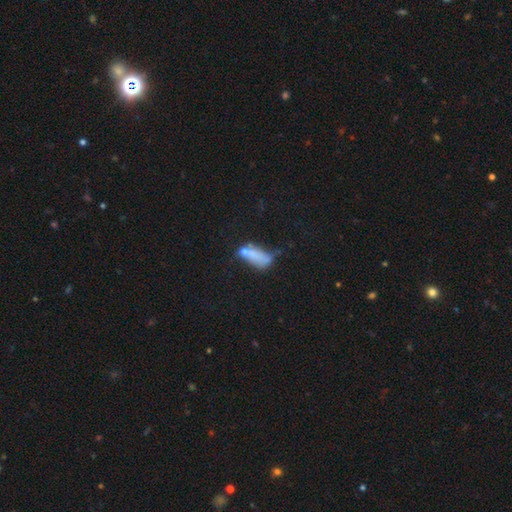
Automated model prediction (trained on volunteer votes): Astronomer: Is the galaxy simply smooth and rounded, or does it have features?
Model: smooth — 64%.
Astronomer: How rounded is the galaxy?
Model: in between — 76%.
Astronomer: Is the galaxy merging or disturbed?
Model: merger — 28% (runner-up: none, 25%).